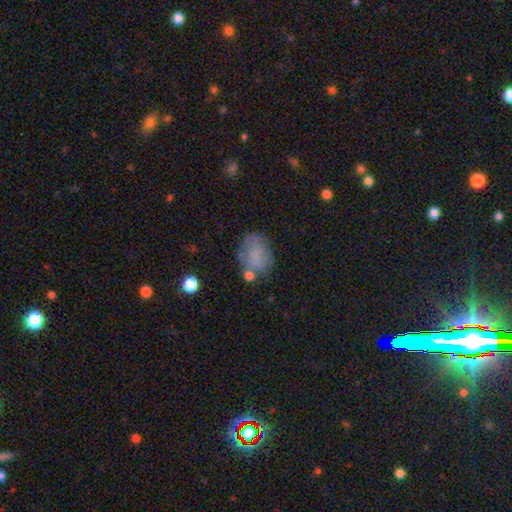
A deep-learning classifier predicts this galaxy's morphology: Smooth or featured? Predicted: smooth (p=0.71). How rounded? Predicted: in between (p=0.65). Merging? Predicted: none (p=0.56).